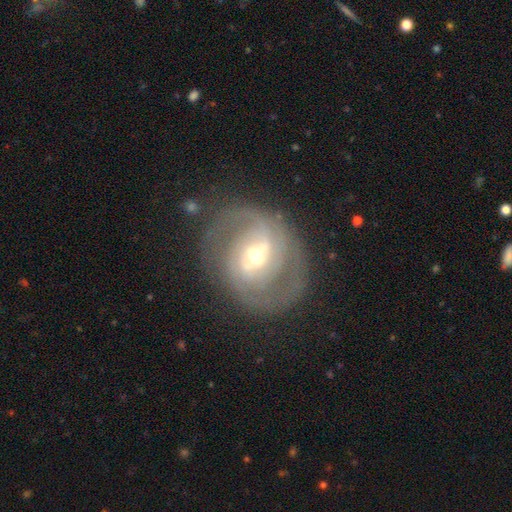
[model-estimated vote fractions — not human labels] Smooth or featured: featured or disk — 81% (smooth — 12%)
Edge-on disk: no — 96% (yes — 4%)
Bar: weak — 44% (no — 29%)
Spiral arms: yes — 88% (no — 12%)
Spiral winding: medium — 44% (tight — 38%)
Spiral arm count: 2 — 76% (can't tell — 12%)
Bulge size: moderate — 48% (small — 45%)
Merging: none — 73% (minor disturbance — 15%)